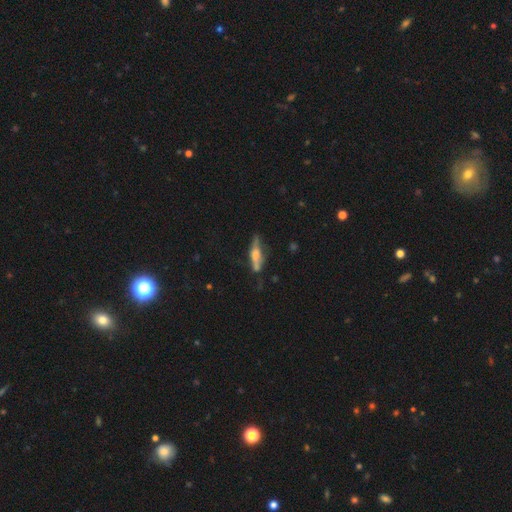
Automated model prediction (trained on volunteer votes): Smooth or featured: featured or disk — 49% (smooth — 43%)
Merging: none — 56% (minor disturbance — 25%)